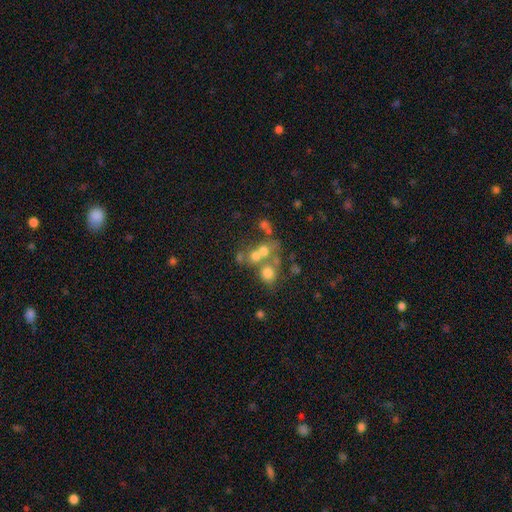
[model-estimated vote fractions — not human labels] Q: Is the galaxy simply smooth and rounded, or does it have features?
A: smooth — 56%.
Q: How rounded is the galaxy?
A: round — 75%.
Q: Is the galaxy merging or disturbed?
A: merger — 52%.